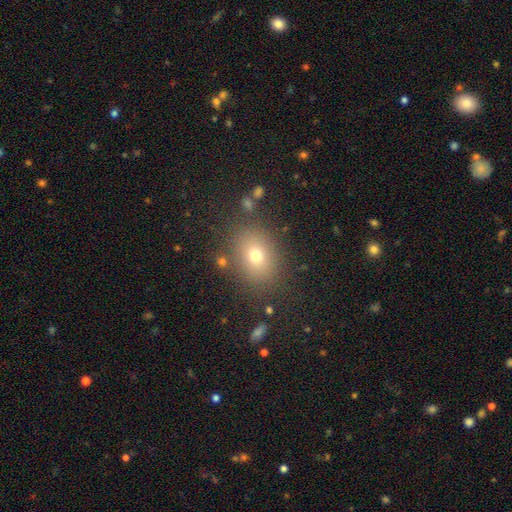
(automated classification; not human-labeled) Overall: smooth (72%). How rounded: in between (56%; round 43%). Merging: none (82%).